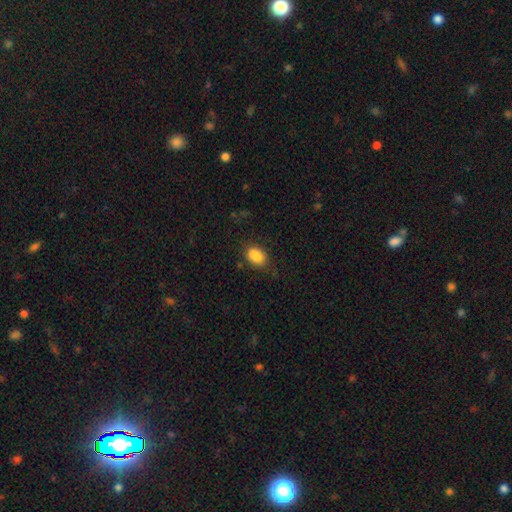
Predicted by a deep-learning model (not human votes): Smooth or featured: smooth — 86% (star or artifact — 8%)
How rounded: in between — 82% (round — 16%)
Merging: none — 71% (minor disturbance — 20%)